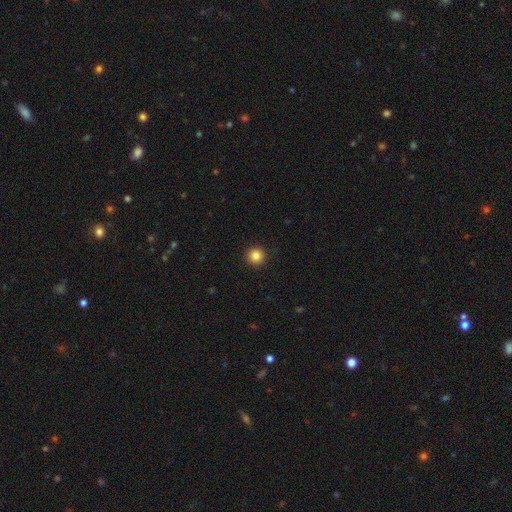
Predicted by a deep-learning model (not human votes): This appears to be a smooth galaxy with no disk features (84%) that is round (96%). Merging: none (93%).